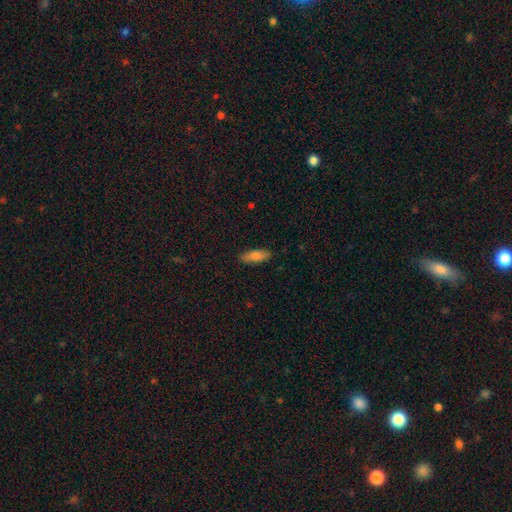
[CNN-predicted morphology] smooth 78%, featured or disk 16%, star or artifact 7%. Down the decision tree: how rounded — in between (65%); merging — none (87%).